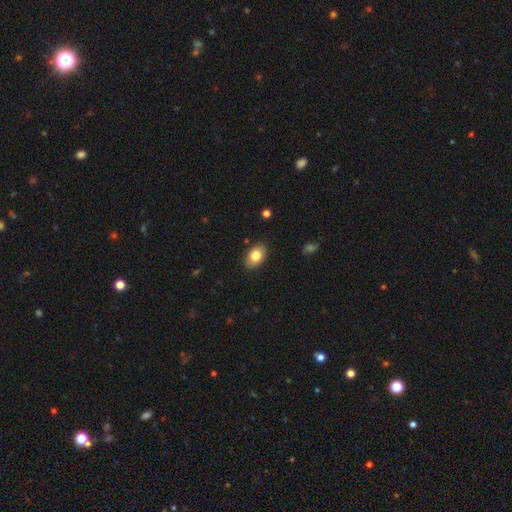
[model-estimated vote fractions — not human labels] A smooth galaxy with no disk features (81%) that is in between round and cigar-shaped (87%). Merging: none (87%).